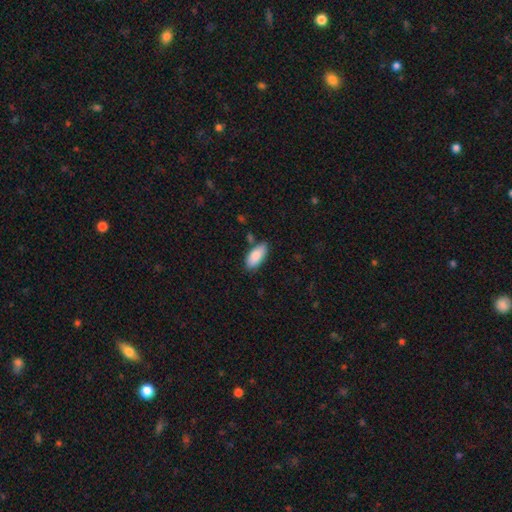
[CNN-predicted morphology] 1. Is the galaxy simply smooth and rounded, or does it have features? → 87% smooth, 7% featured or disk, 6% star or artifact.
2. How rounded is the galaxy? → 91% in between, 8% cigar-shaped, 2% round.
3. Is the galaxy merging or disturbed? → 75% none, 17% minor disturbance, 5% merger, 3% major disturbance.